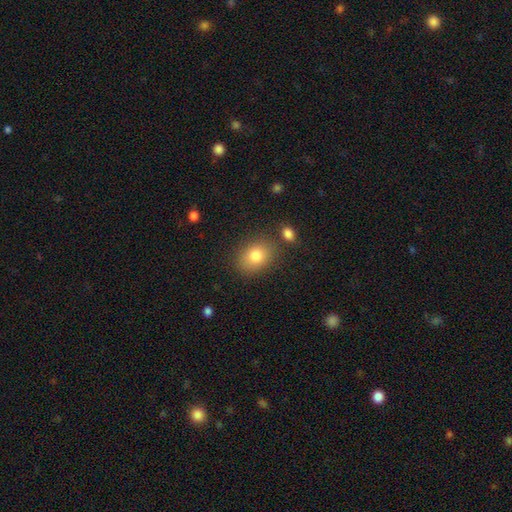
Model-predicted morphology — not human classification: This is clearly a smooth galaxy (81%). How rounded: likely in between (62%). Merging: likely none (80%).